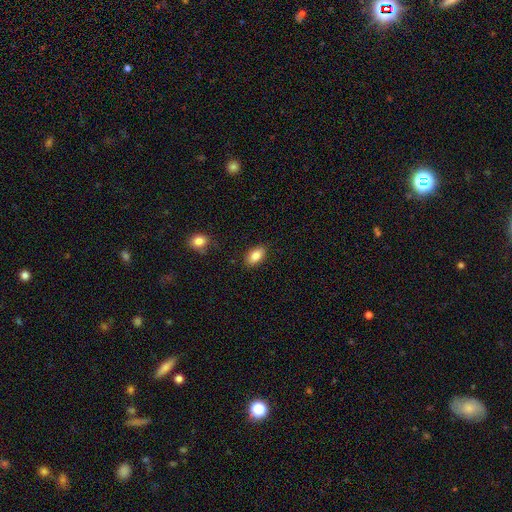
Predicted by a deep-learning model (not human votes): Q: Smooth or featured?
A: smooth (84%); runner-up: featured or disk (8%)
Q: How rounded?
A: in between (91%); runner-up: round (7%)
Q: Merging?
A: none (86%); runner-up: minor disturbance (10%)